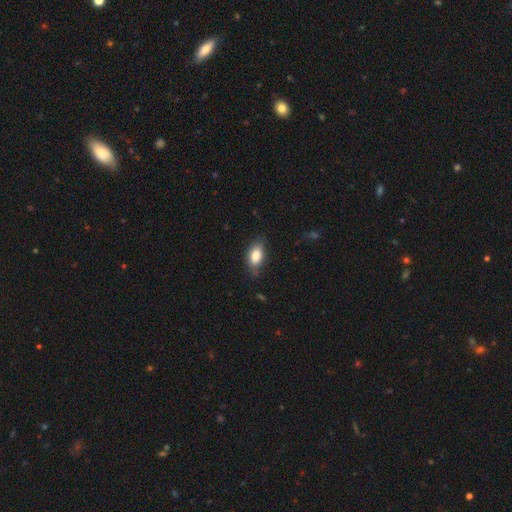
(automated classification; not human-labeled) Morphology: type=smooth (83%); roundness=in between (89%); merging=none (73%).